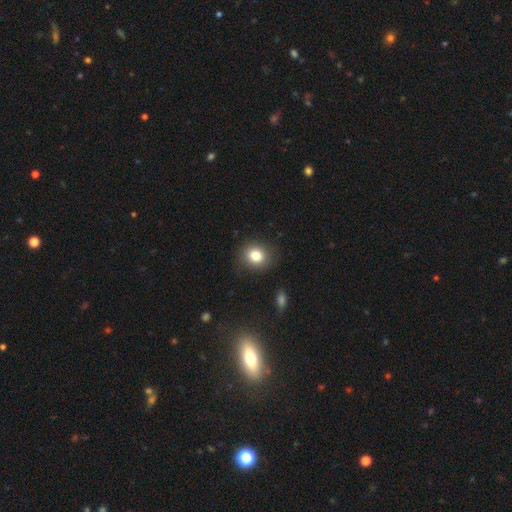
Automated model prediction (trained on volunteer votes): This appears to be a smooth galaxy with no disk features (81%) that is round (71%). Merging: none (85%).